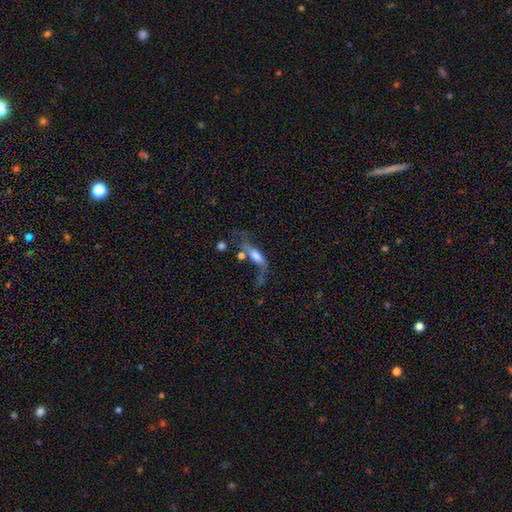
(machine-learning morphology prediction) smooth 48%, featured or disk 43%, star or artifact 9%. Down the decision tree: merging — none (32%, tied with major disturbance).